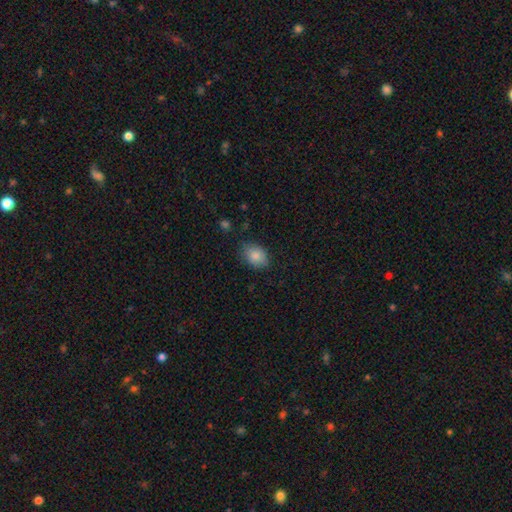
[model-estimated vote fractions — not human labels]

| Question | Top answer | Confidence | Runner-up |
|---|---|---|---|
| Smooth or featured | smooth | 85% | star or artifact (8%) |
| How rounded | in between | 71% | round (28%) |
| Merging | none | 76% | minor disturbance (19%) |